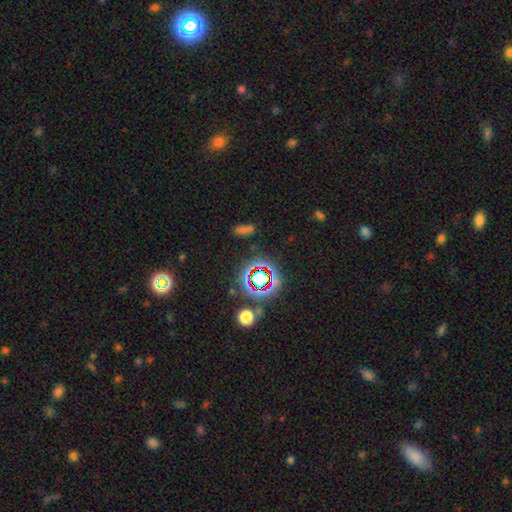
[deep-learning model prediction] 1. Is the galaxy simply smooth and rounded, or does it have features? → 73% star or artifact, 16% smooth, 11% featured or disk.